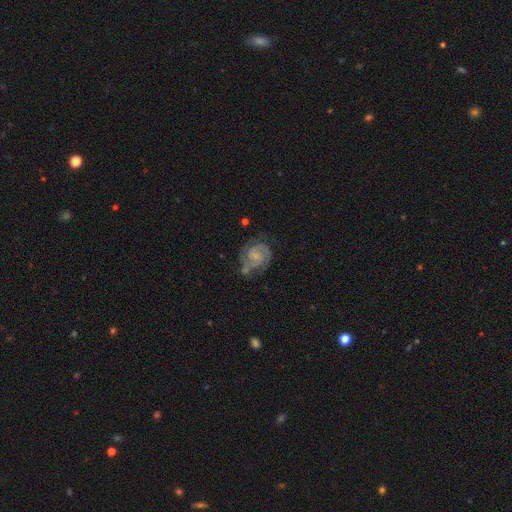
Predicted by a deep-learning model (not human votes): Q: Smooth or featured?
A: featured or disk (86%); runner-up: smooth (8%)
Q: Edge-on disk?
A: no (98%); runner-up: yes (2%)
Q: Bar?
A: no (60%); runner-up: weak (34%)
Q: Spiral arms?
A: yes (97%); runner-up: no (3%)
Q: Spiral winding?
A: tight (60%); runner-up: medium (34%)
Q: Spiral arm count?
A: 2 (80%); runner-up: 3 (8%)
Q: Bulge size?
A: small (63%); runner-up: none (18%)
Q: Merging?
A: none (63%); runner-up: minor disturbance (21%)